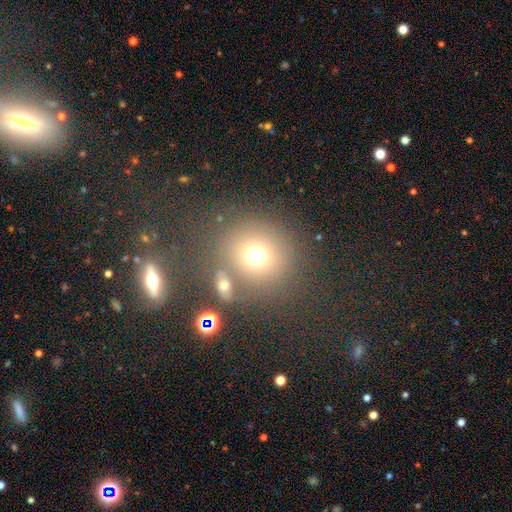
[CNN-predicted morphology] Q: Smooth or featured?
A: smooth (70%); runner-up: star or artifact (18%)
Q: How rounded?
A: round (85%); runner-up: in between (14%)
Q: Merging?
A: none (66%); runner-up: merger (17%)